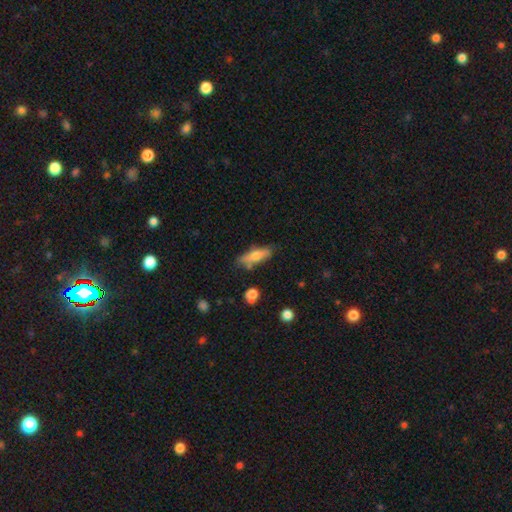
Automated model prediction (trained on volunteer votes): Smooth or featured? smooth (63%)
How rounded? cigar-shaped (54%)
Merging? none (67%)